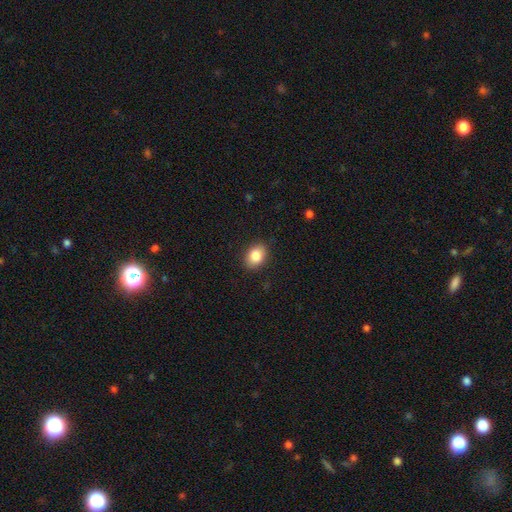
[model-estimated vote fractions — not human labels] A smooth galaxy with no disk features (84%) that is in between round and cigar-shaped (74%). Merging: none (88%).